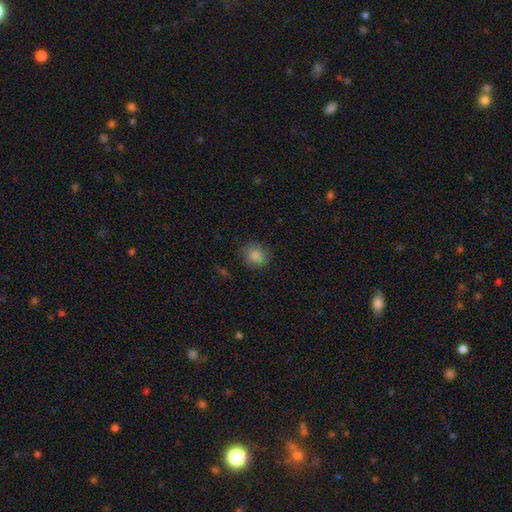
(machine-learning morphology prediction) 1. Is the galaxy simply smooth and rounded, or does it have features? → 85% smooth, 10% star or artifact, 6% featured or disk.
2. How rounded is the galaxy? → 69% round, 30% in between, 1% cigar-shaped.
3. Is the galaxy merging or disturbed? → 84% none, 12% minor disturbance, 3% major disturbance, 1% merger.